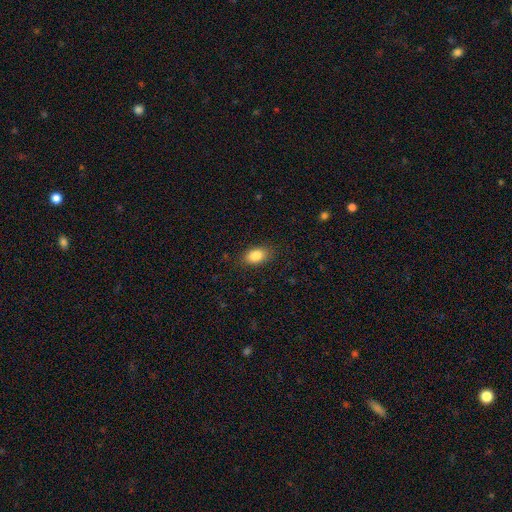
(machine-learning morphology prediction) The model was most divided on "merging": none: 85%, minor disturbance: 11%, major disturbance: 3%, merger: 1%. More confident: how rounded — in between (88%); smooth or featured — smooth (86%).